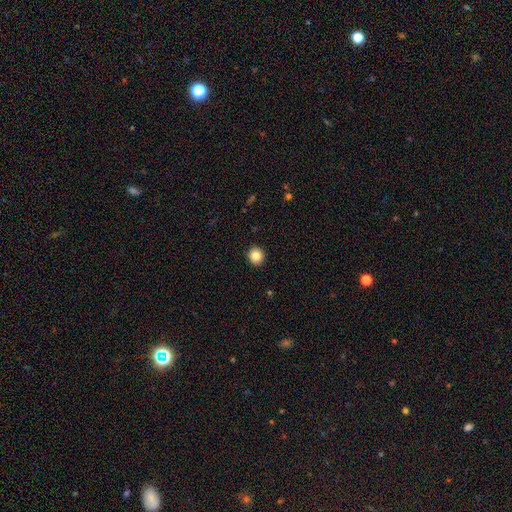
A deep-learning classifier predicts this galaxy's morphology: type=smooth (84%); roundness=round (90%); merging=none (93%).